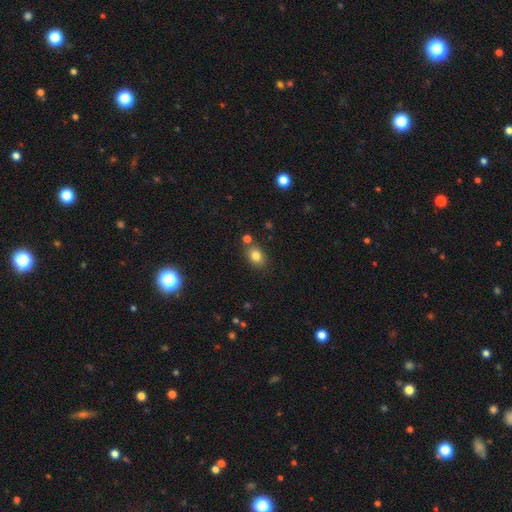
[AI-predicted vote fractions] smooth 81%, star or artifact 11%, featured or disk 8%. Down the decision tree: how rounded — in between (68%); merging — none (73%).